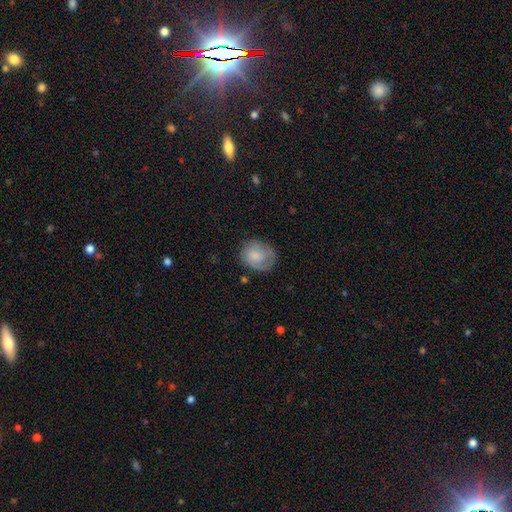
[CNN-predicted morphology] Smooth or featured: smooth — 64% (featured or disk — 29%)
How rounded: round — 67% (in between — 32%)
Merging: none — 67% (minor disturbance — 22%)